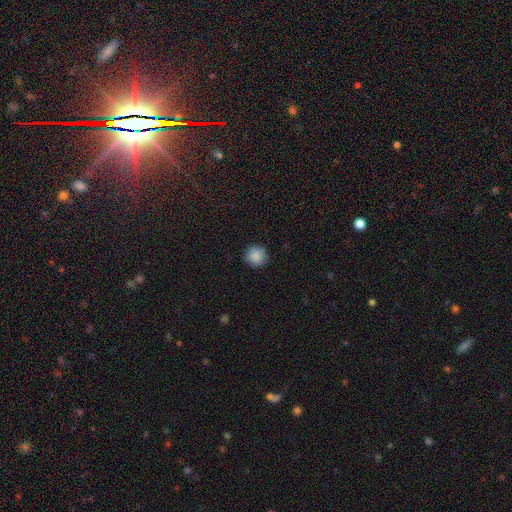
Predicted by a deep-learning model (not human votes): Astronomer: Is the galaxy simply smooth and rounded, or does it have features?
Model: smooth — 88%.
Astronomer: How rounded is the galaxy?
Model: round — 95%.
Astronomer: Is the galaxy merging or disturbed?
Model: none — 91%.